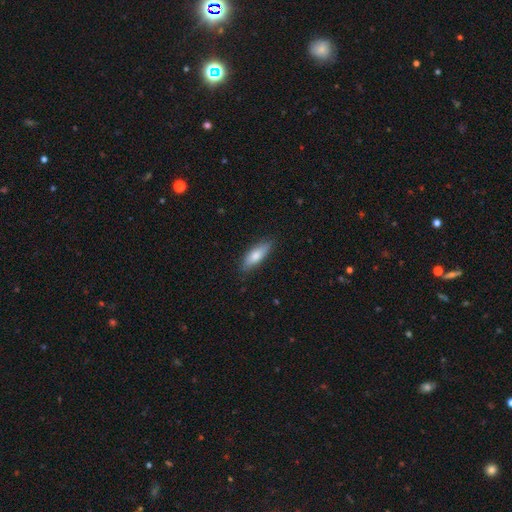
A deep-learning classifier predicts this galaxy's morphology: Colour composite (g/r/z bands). It shows a smooth galaxy with no disk features (76%) that is in between round and cigar-shaped (59%). Merging: none (84%).